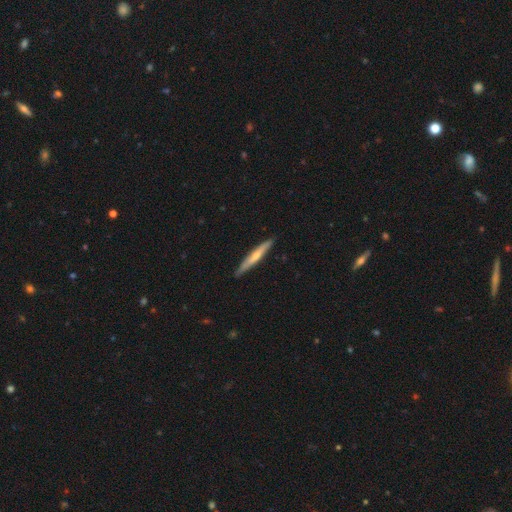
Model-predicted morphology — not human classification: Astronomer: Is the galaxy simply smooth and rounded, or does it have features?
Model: smooth — 50% (runner-up: featured or disk, 45%).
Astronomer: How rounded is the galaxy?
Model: cigar-shaped — 95%.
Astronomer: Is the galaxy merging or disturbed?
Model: none — 87%.